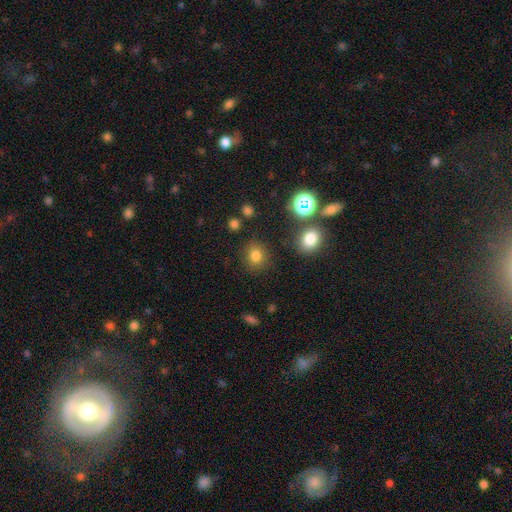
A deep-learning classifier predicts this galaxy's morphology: smooth-or-featured: smooth: 78% | star or artifact: 16% | featured or disk: 7%
  how-rounded: round: 78% | in between: 21% | cigar-shaped: 1%
  merging: none: 85% | minor disturbance: 8% | major disturbance: 3% | merger: 3%